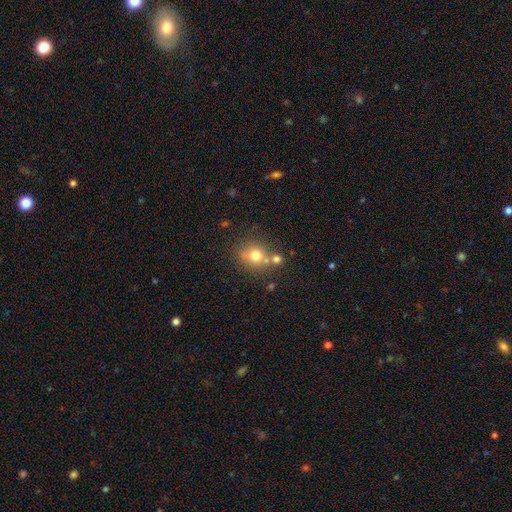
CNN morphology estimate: type=smooth (72%); roundness=round (75%); merging=none (58%).